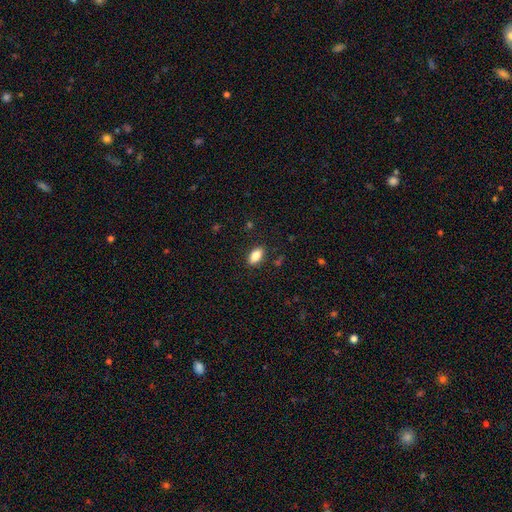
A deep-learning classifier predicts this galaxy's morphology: Smooth or featured: smooth — 84% (featured or disk — 8%)
How rounded: in between — 91% (round — 5%)
Merging: none — 87% (minor disturbance — 9%)